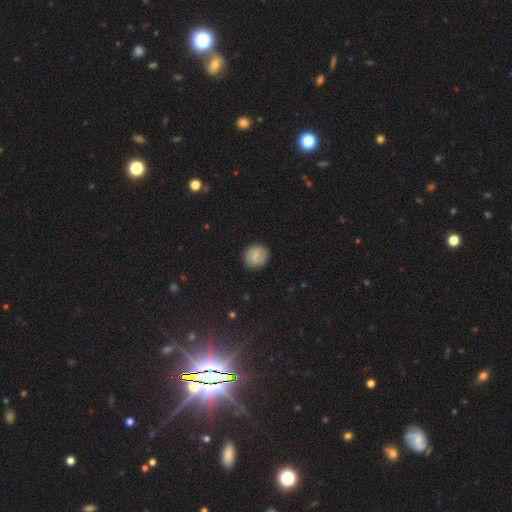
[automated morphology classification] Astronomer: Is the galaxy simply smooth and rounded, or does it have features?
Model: smooth — 50% (runner-up: featured or disk, 41%).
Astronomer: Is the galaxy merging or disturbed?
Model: none — 88%.